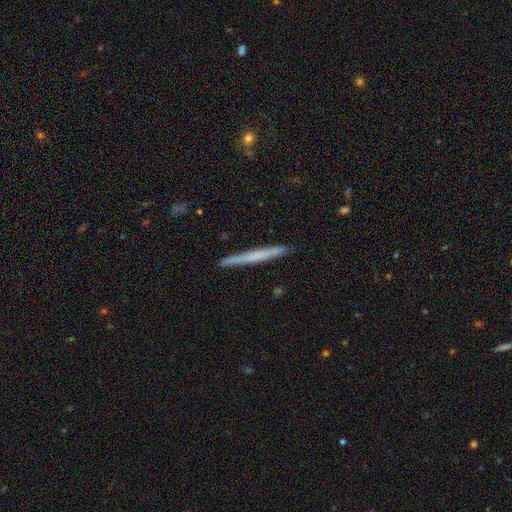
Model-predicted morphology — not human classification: This appears to be a smooth galaxy with no disk features (54%) that is cigar-shaped (97%). Merging: none (92%).